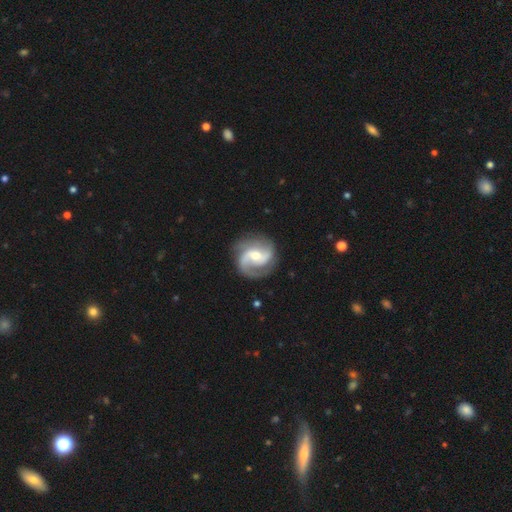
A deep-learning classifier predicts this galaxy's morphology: smooth_or_featured: featured or disk (p=0.90) [alt: smooth p=0.06]
disk_edge_on: no (p=0.98) [alt: yes p=0.02]
bar: no (p=0.43) [alt: weak p=0.40]
has_spiral_arms: yes (p=0.98) [alt: no p=0.02]
spiral_winding: medium (p=0.52) [alt: tight p=0.25]
spiral_arm_count: 2 (p=0.74) [alt: 3 p=0.12]
bulge_size: moderate (p=0.56) [alt: small p=0.39]
merging: none (p=0.80) [alt: minor disturbance p=0.13]